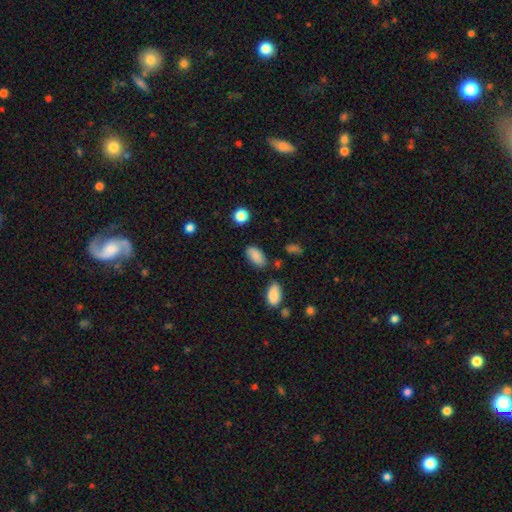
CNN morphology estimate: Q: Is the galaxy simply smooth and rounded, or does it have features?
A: smooth — 83%.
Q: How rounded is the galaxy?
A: in between — 93%.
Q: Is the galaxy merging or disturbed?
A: none — 73%.